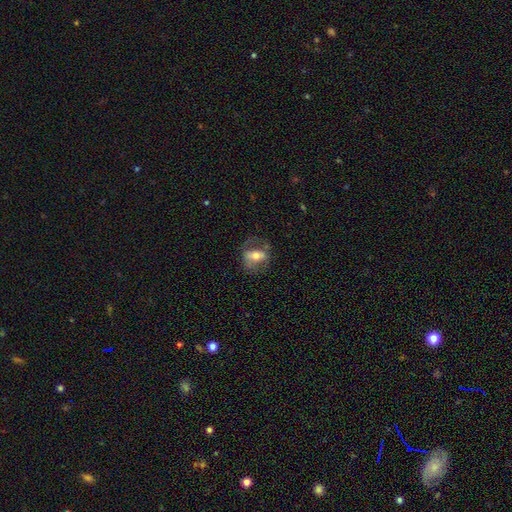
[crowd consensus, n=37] Morphology: type=featured or disk (54%); edge-on=no (65%); bar=no (46%); spiral arms=no (69%); bulge=moderate (85%); merging=none (49%).